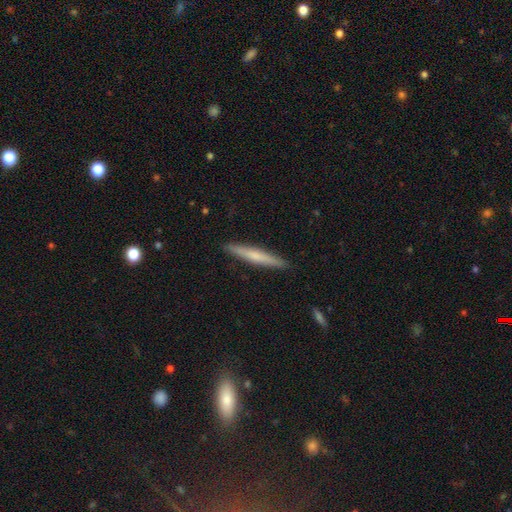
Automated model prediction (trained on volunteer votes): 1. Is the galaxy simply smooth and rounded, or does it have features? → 55% smooth, 40% featured or disk, 6% star or artifact.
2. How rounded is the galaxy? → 95% cigar-shaped, 3% in between, 1% round.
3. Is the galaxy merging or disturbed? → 92% none, 6% minor disturbance, 1% major disturbance, 1% merger.